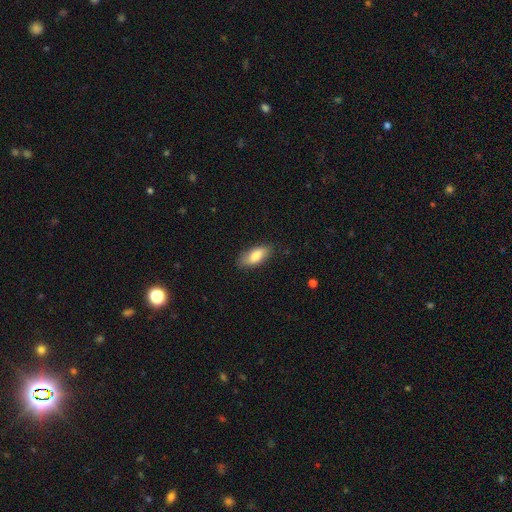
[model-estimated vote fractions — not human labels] smooth 82%, featured or disk 12%, star or artifact 6%. Down the decision tree: how rounded — in between (85%); merging — none (81%).